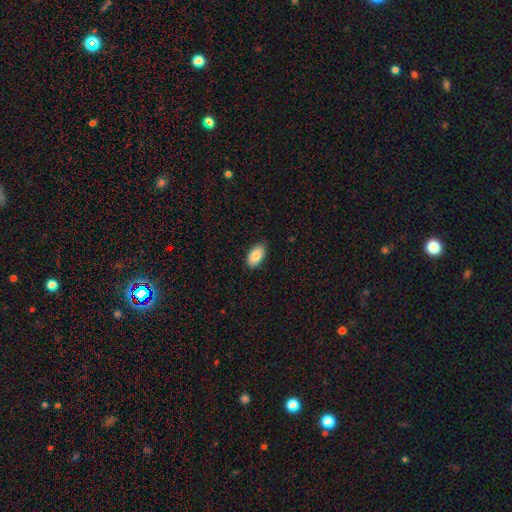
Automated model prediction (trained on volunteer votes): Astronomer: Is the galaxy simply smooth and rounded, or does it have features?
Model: smooth — 84%.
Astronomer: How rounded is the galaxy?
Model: in between — 93%.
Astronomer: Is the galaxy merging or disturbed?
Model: none — 84%.